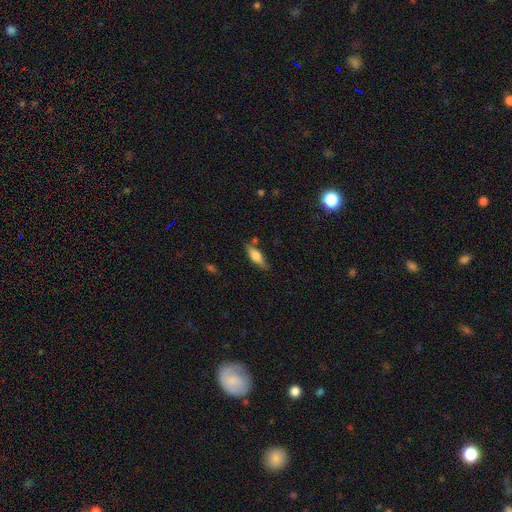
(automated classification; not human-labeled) Q: Smooth or featured?
A: smooth (57%); runner-up: featured or disk (35%)
Q: How rounded?
A: in between (51%); runner-up: cigar-shaped (47%)
Q: Merging?
A: none (76%); runner-up: minor disturbance (16%)